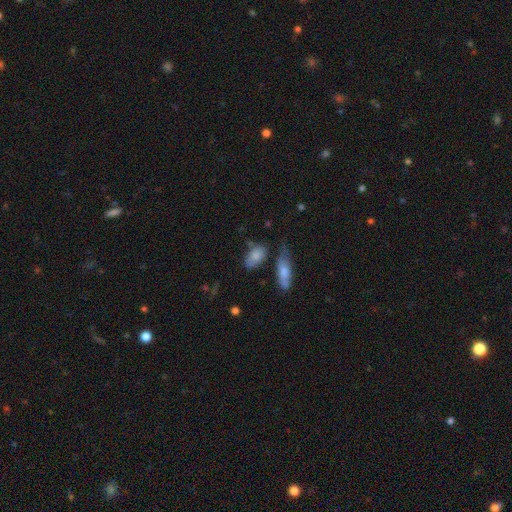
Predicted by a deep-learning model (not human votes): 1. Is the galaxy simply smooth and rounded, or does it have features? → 79% smooth, 12% featured or disk, 9% star or artifact.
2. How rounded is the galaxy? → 86% in between, 9% round, 5% cigar-shaped.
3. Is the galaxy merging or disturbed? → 51% none, 27% minor disturbance, 12% merger, 10% major disturbance.